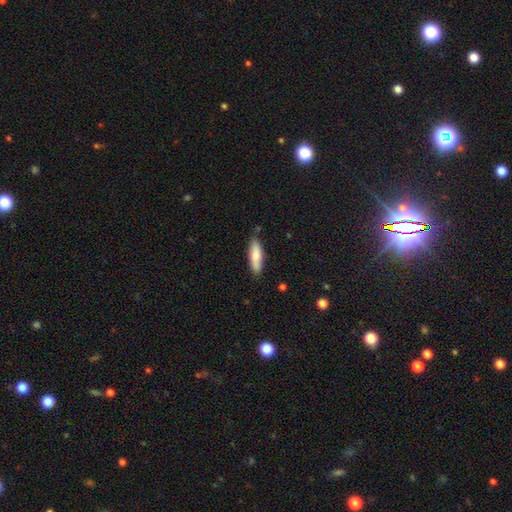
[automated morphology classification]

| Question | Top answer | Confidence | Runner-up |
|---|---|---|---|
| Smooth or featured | smooth | 77% | featured or disk (18%) |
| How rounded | cigar-shaped | 53% | in between (45%) |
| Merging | none | 83% | minor disturbance (13%) |